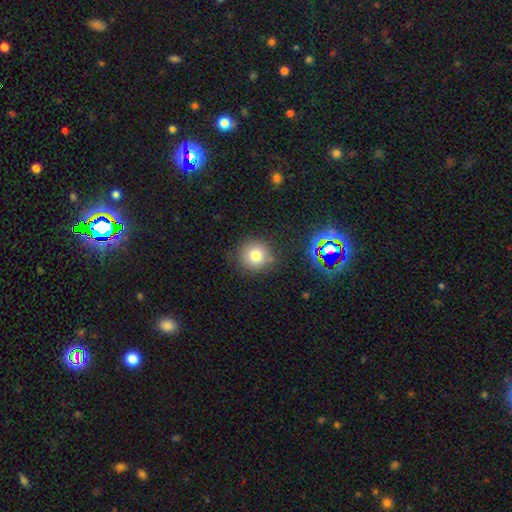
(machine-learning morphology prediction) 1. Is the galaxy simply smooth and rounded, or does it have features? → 75% smooth, 16% star or artifact, 9% featured or disk.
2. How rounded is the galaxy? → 93% round, 6% in between, 1% cigar-shaped.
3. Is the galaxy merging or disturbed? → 84% none, 10% minor disturbance, 3% major disturbance, 3% merger.